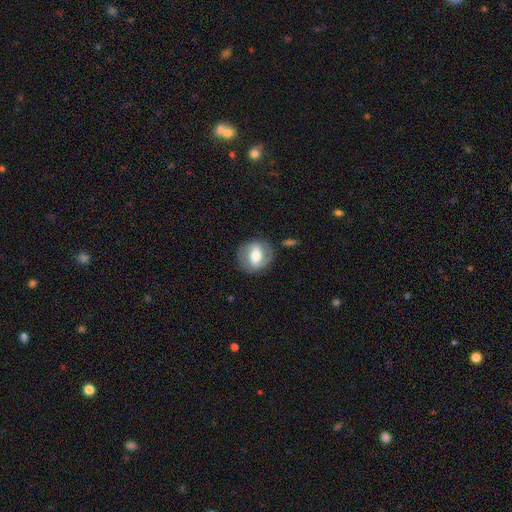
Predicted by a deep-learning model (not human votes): Smooth or featured? smooth (47%)
Merging? none (80%)